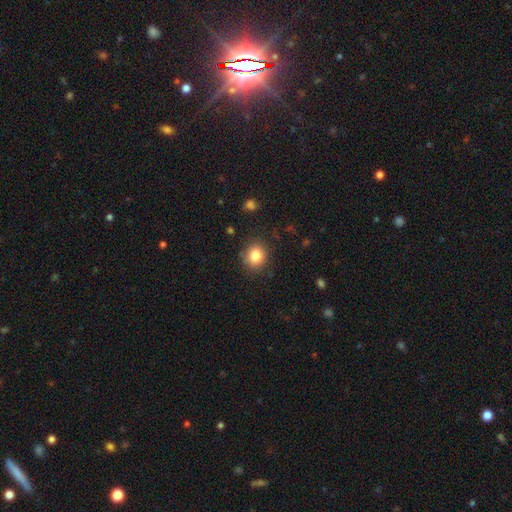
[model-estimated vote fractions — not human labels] Smooth or featured?
  - smooth: 83% *
  - star or artifact: 10%
  - featured or disk: 7%
How rounded?
  - round: 73% *
  - in between: 26%
  - cigar-shaped: 1%
Merging?
  - none: 86% *
  - minor disturbance: 9%
  - major disturbance: 3%
  - merger: 1%